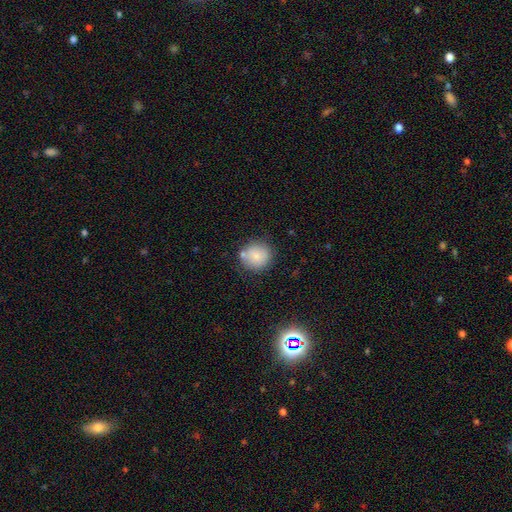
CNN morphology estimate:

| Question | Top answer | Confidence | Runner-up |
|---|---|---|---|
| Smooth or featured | smooth | 81% | featured or disk (11%) |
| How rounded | round | 90% | in between (9%) |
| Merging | none | 76% | minor disturbance (13%) |